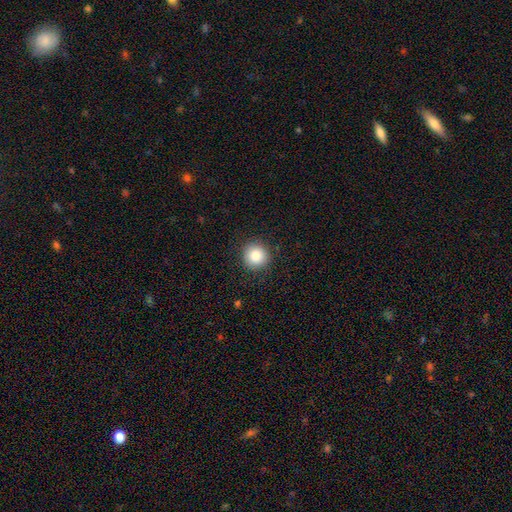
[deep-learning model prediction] smooth-or-featured: smooth: 84% | star or artifact: 9% | featured or disk: 6%
  how-rounded: round: 94% | in between: 5% | cigar-shaped: 1%
  merging: none: 91% | minor disturbance: 6% | major disturbance: 2% | merger: 1%